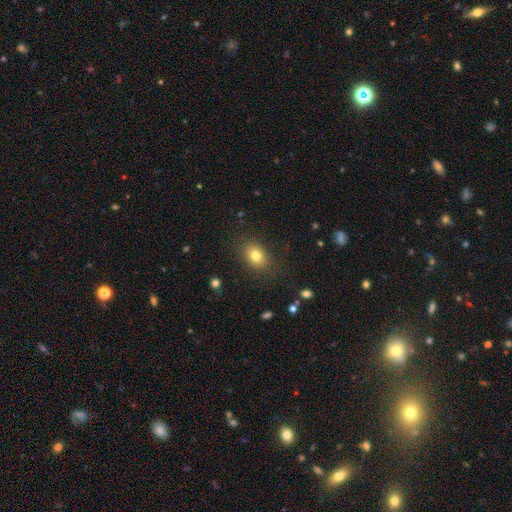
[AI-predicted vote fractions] This appears to be a smooth galaxy with no disk features (79%) that is in between round and cigar-shaped (67%). Merging: none (84%).